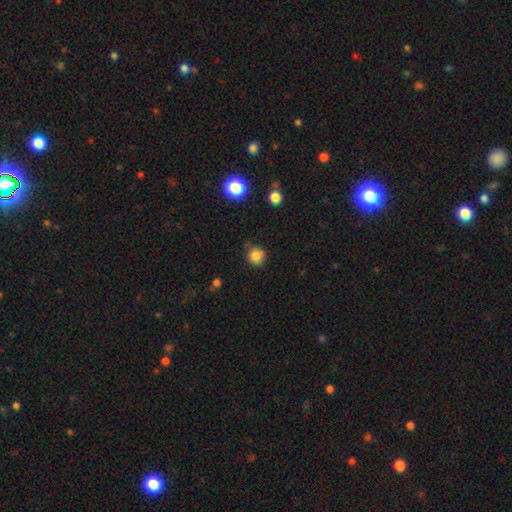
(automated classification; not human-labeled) This appears to be a smooth galaxy with no disk features (82%) that is round (90%). Merging: none (75%).